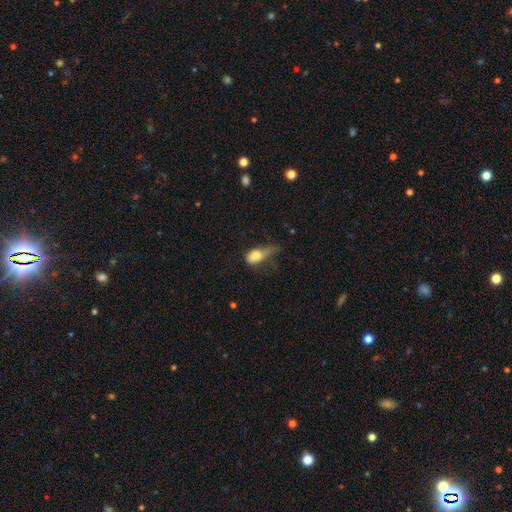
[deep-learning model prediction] Morphology: type=smooth (75%); roundness=in between (79%); merging=major disturbance (50%).